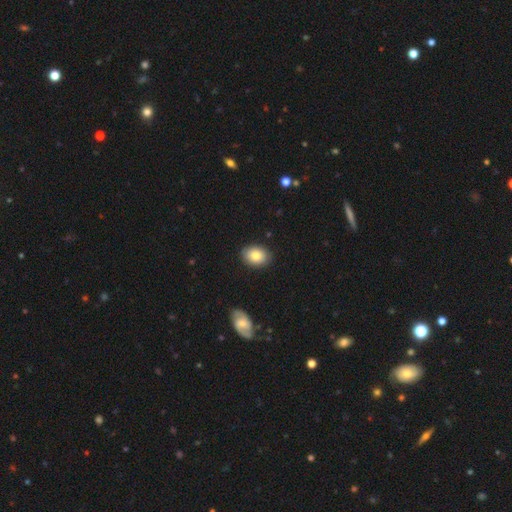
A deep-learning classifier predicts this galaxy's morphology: type=smooth (79%); roundness=in between (73%); merging=none (86%).